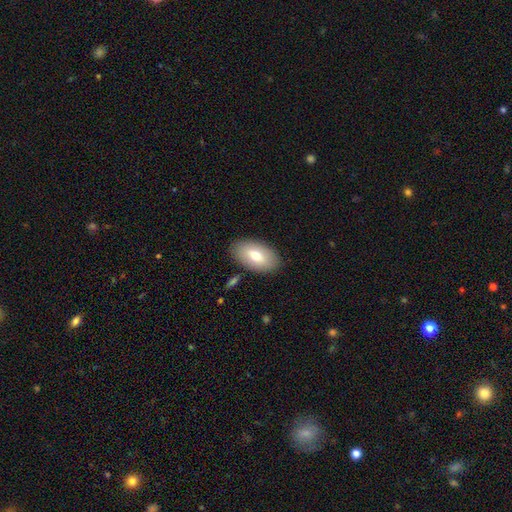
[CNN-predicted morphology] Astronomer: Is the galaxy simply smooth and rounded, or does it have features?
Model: smooth — 71%.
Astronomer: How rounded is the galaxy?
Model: in between — 94%.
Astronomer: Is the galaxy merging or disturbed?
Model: none — 85%.